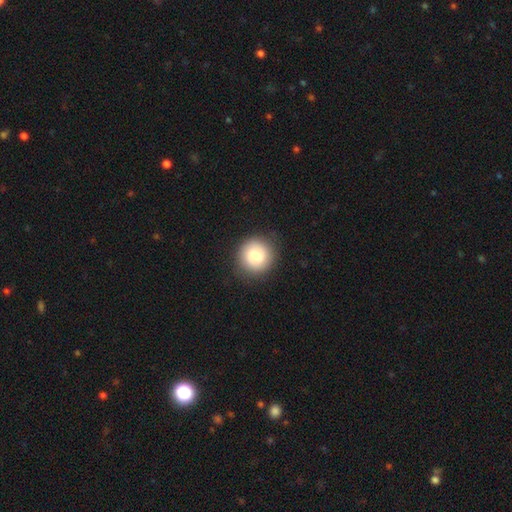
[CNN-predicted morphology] This appears to be a smooth galaxy with no disk features (78%) that is round (91%). Merging: none (87%).